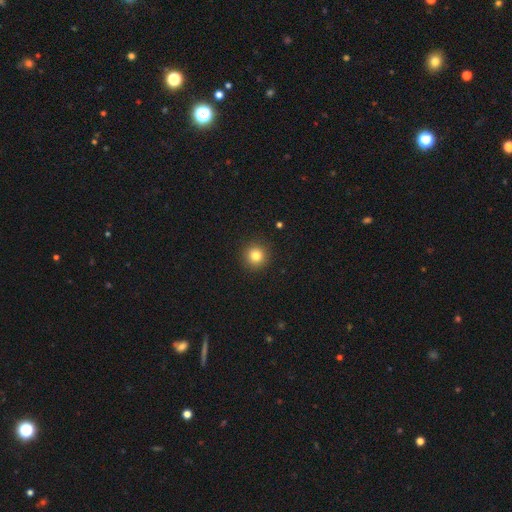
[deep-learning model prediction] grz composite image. It shows a smooth galaxy with no disk features (82%) that is round (95%). Merging: none (92%).